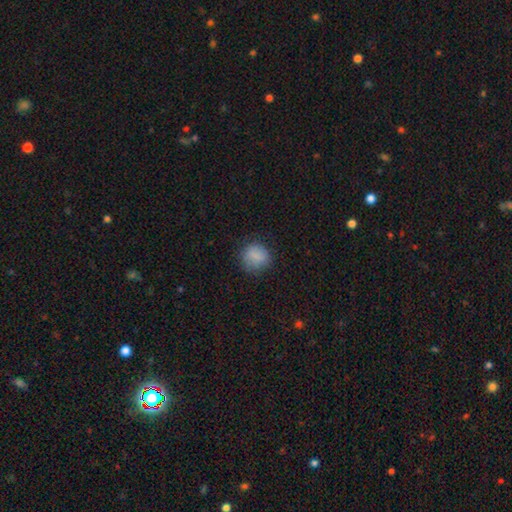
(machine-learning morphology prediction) Smooth or featured? smooth (84%)
How rounded? round (83%)
Merging? none (78%)